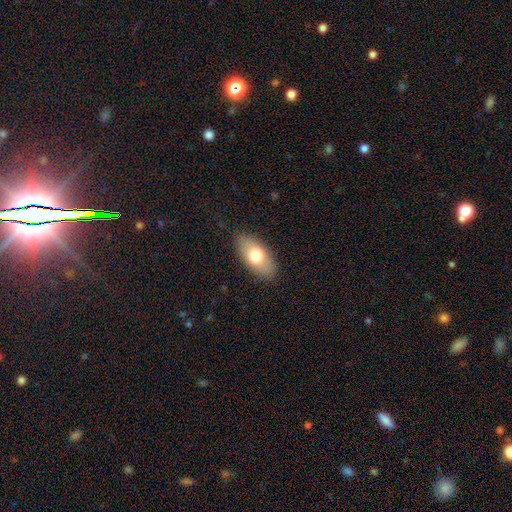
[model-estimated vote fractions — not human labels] Smooth or featured: smooth — 72% (featured or disk — 21%)
How rounded: in between — 90% (cigar-shaped — 6%)
Merging: none — 85% (minor disturbance — 11%)